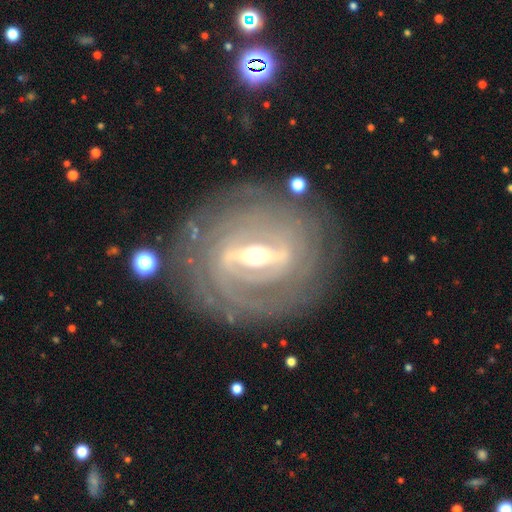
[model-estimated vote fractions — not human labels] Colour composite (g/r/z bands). It shows a featured or disk galaxy (91%) with a strong bar (75%), tight (77%) spiral arms (93%) and a moderate central bulge (62%). Merging: none (79%).